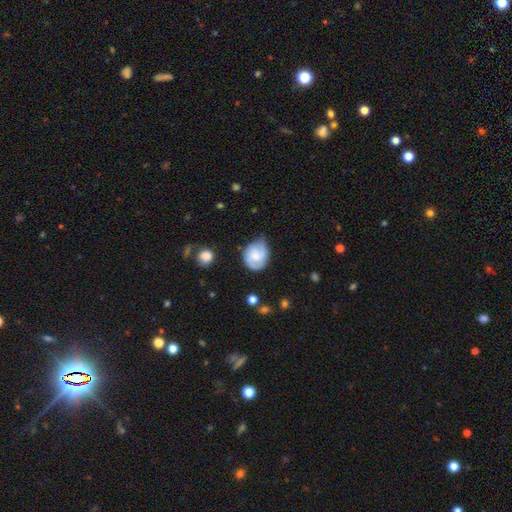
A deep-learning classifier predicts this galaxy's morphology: This is possibly a featured or disk galaxy (50%). It is clearly not viewed edge-on (97%). Merging: possibly none (55%).